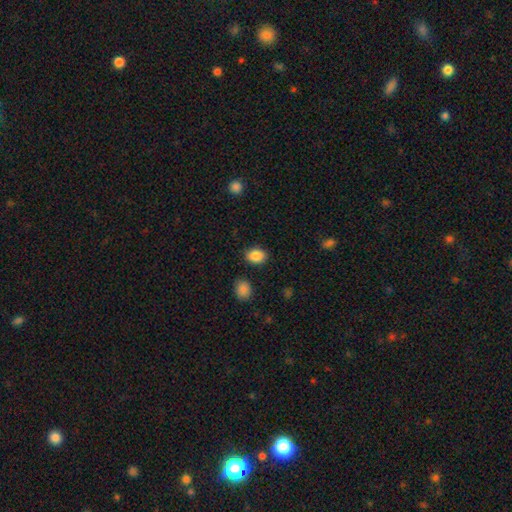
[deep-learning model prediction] Smooth or featured? smooth (87%)
How rounded? in between (58%)
Merging? none (86%)